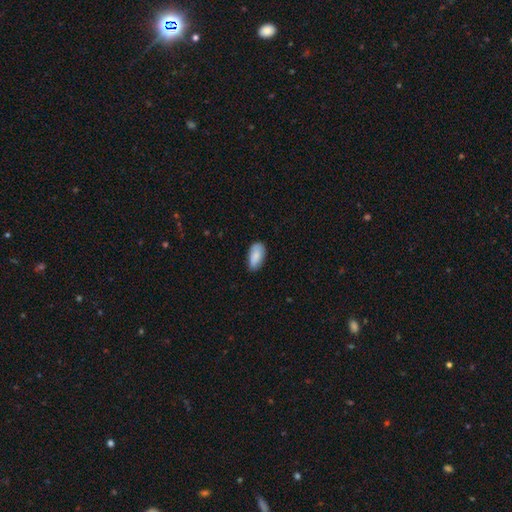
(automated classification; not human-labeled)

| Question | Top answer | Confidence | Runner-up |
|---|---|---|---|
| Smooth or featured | smooth | 85% | featured or disk (9%) |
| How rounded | in between | 93% | cigar-shaped (5%) |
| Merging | none | 77% | minor disturbance (19%) |